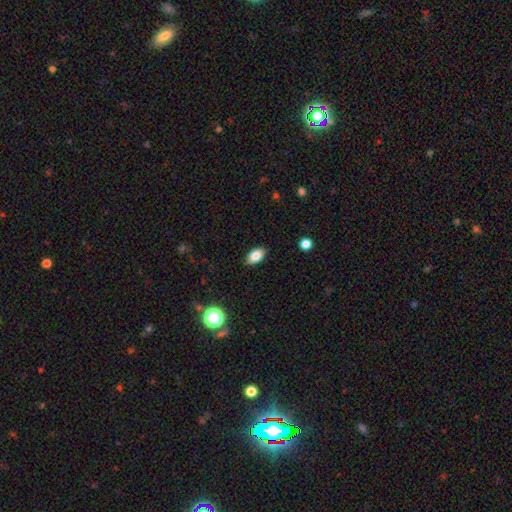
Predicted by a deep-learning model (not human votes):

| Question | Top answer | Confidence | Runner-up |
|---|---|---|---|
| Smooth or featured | smooth | 84% | star or artifact (9%) |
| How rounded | in between | 91% | round (7%) |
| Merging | none | 88% | minor disturbance (9%) |